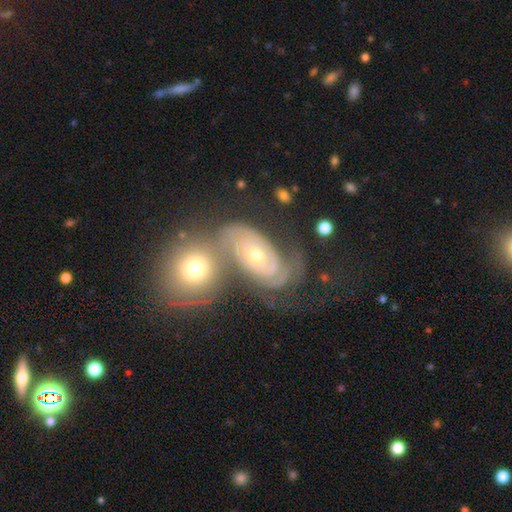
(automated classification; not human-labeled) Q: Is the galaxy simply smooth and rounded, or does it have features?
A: featured or disk — 84%.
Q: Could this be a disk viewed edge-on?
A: no — 96%.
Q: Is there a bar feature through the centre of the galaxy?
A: no — 71%.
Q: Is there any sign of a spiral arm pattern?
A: yes — 95%.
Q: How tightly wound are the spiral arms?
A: tight — 69%.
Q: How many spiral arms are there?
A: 2 — 61%.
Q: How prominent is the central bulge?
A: moderate — 60%.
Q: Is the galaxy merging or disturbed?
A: none — 39%.